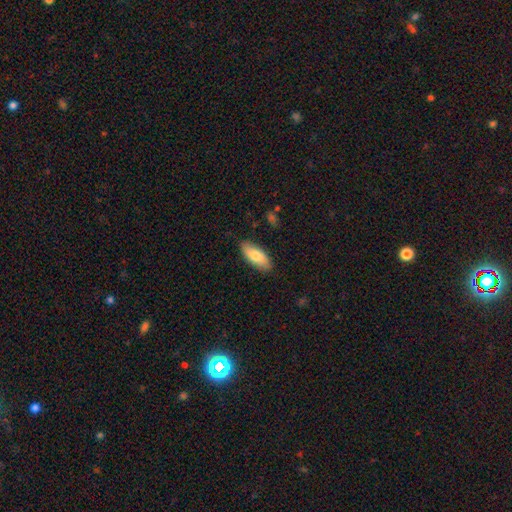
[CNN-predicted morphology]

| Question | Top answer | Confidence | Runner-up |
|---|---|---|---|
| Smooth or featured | smooth | 78% | featured or disk (17%) |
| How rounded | in between | 82% | cigar-shaped (16%) |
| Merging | none | 85% | minor disturbance (12%) |